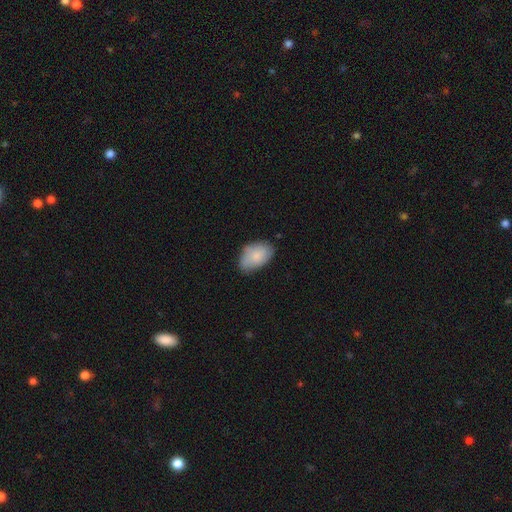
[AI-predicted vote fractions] smooth 81%, featured or disk 13%, star or artifact 6%. Down the decision tree: how rounded — in between (92%); merging — none (63%).